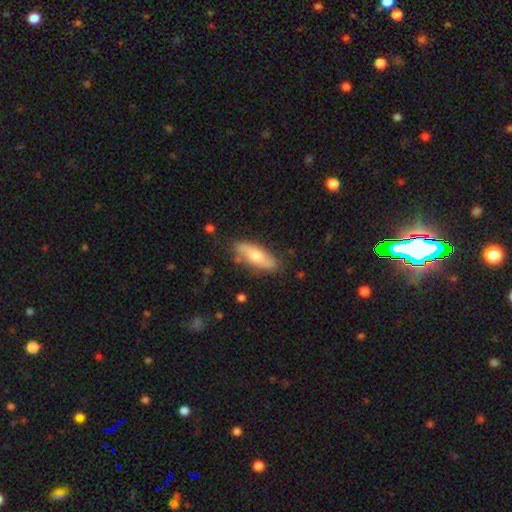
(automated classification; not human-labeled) smooth 58%, featured or disk 36%, star or artifact 6%. Down the decision tree: how rounded — in between (58%); merging — none (81%).